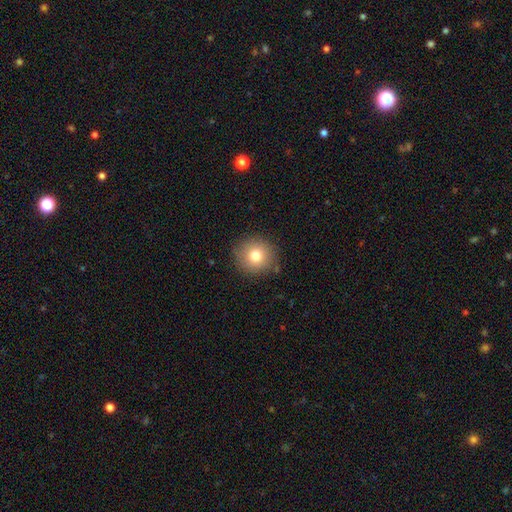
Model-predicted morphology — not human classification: This appears to be a smooth galaxy with no disk features (78%) that is round (92%). Merging: none (88%).